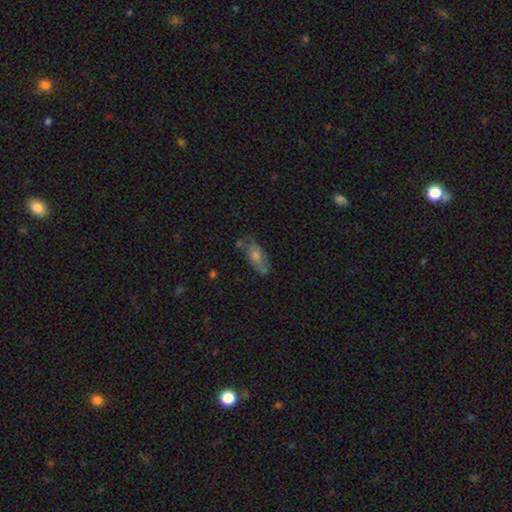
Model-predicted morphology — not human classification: Overall: smooth (54%; featured or disk 36%). How rounded: in between (70%). Merging: none (66%).